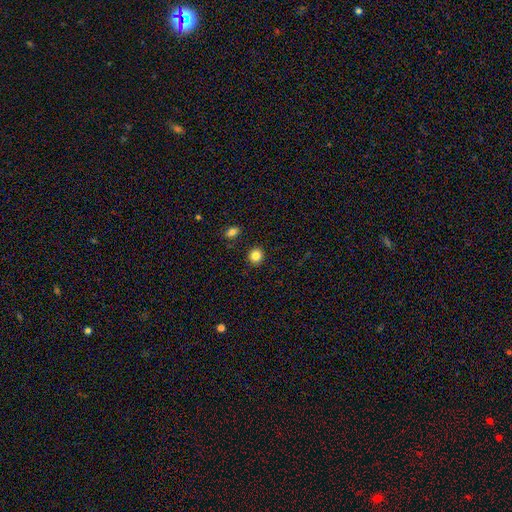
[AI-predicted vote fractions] Q: Smooth or featured?
A: smooth (84%); runner-up: star or artifact (11%)
Q: How rounded?
A: round (88%); runner-up: in between (11%)
Q: Merging?
A: none (91%); runner-up: minor disturbance (5%)